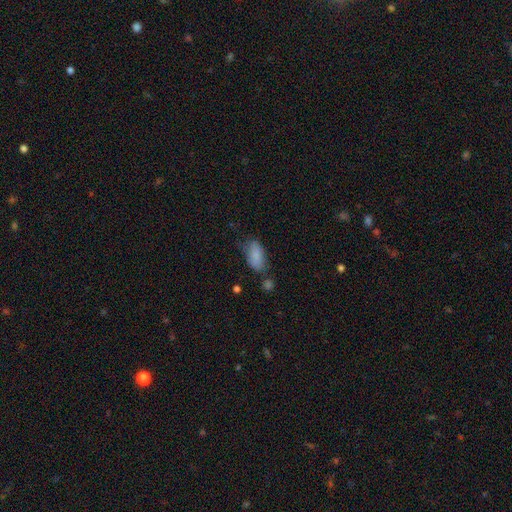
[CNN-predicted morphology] This appears to be a smooth galaxy with no disk features (84%) that is in between round and cigar-shaped (90%). Merging: none (55%).